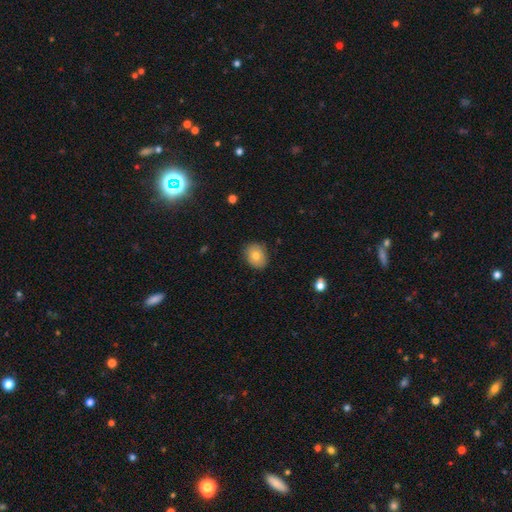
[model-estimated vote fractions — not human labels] smooth_or_featured: smooth (p=0.78) [alt: featured or disk p=0.13]
how_rounded: round (p=0.50) [alt: in between p=0.49]
merging: none (p=0.84) [alt: minor disturbance p=0.13]